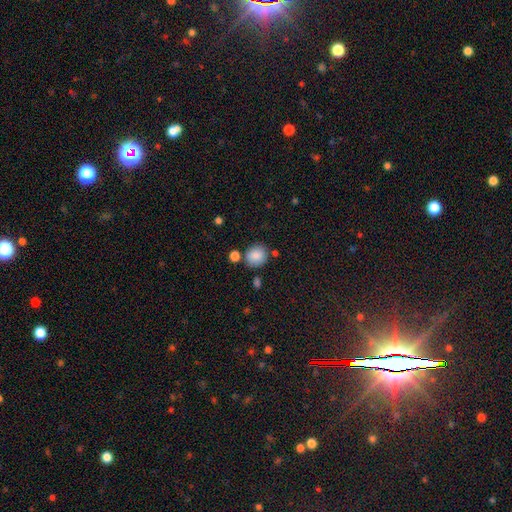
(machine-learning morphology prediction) smooth_or_featured: smooth (p=0.86) [alt: star or artifact p=0.09]
how_rounded: round (p=0.74) [alt: in between p=0.25]
merging: none (p=0.74) [alt: minor disturbance p=0.13]